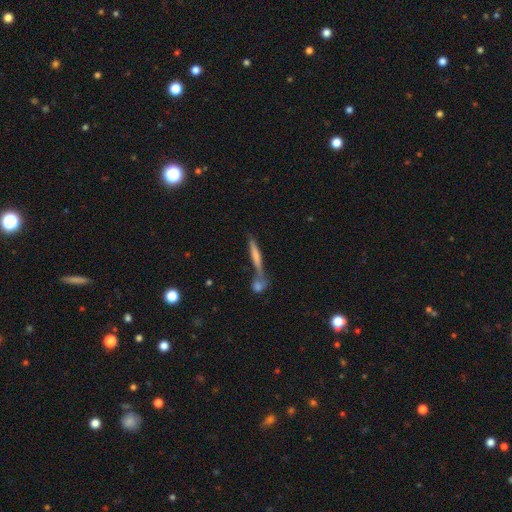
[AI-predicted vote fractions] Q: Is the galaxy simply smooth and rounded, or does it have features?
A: featured or disk — 43%.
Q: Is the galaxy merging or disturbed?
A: none — 54%.